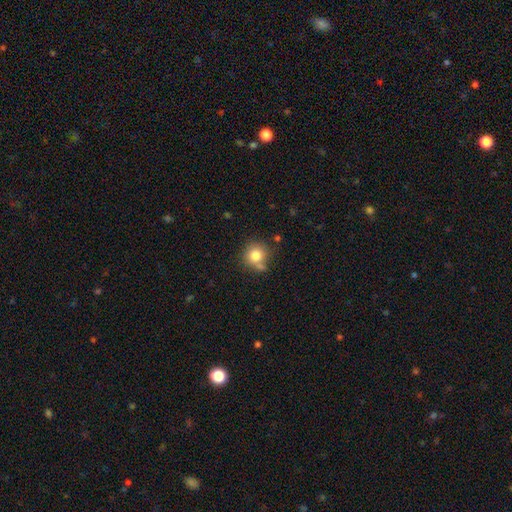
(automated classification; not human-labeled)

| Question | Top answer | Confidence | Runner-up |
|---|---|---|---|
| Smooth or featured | smooth | 80% | star or artifact (11%) |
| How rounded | round | 89% | in between (10%) |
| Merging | none | 66% | minor disturbance (17%) |